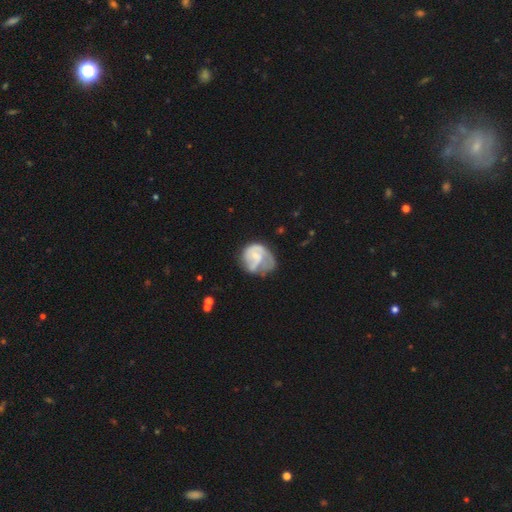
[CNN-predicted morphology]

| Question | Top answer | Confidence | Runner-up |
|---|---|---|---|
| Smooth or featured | featured or disk | 55% | smooth (38%) |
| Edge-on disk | no | 98% | yes (2%) |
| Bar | no | 64% | weak (30%) |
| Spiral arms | yes | 63% | no (37%) |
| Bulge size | small | 41% | none (33%) |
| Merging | major disturbance | 34% | none (32%) |